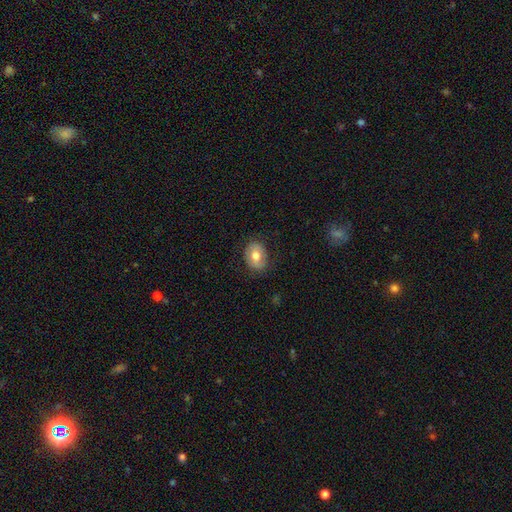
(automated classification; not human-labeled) The model was most divided on "how rounded": in between: 63%, round: 36%, cigar-shaped: 1%. More confident: merging — none (81%); smooth or featured — smooth (65%).